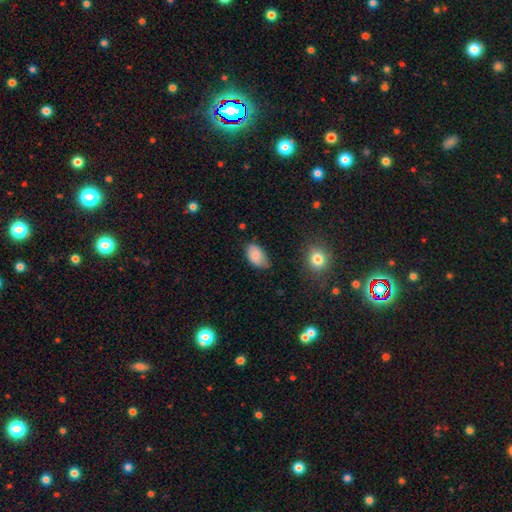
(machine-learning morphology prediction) Smooth or featured: smooth — 80% (featured or disk — 13%)
How rounded: in between — 92% (round — 6%)
Merging: none — 66% (minor disturbance — 27%)